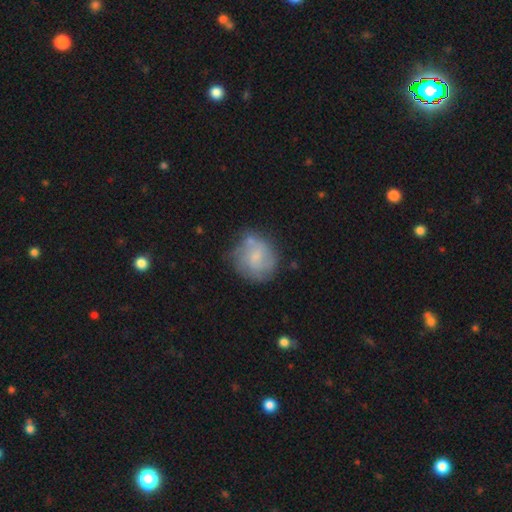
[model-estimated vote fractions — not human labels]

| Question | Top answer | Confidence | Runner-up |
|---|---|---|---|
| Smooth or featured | smooth | 47% | featured or disk (45%) |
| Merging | none | 60% | minor disturbance (22%) |